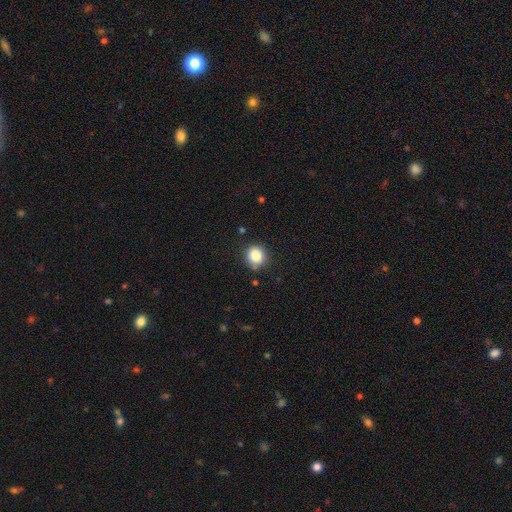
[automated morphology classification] Overall: smooth (84%). How rounded: round (86%). Merging: none (84%).